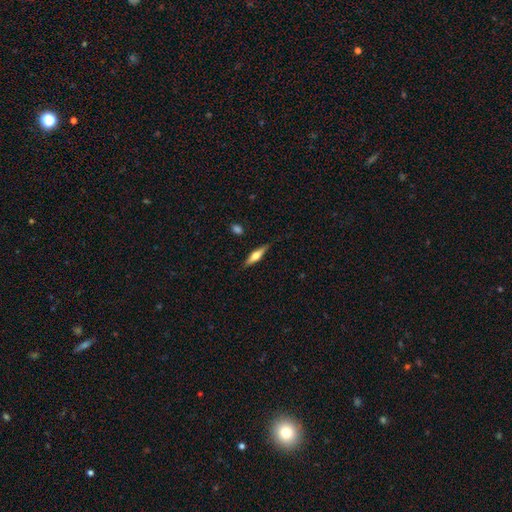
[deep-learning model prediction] smooth_or_featured: featured or disk (p=0.51) [alt: smooth p=0.43]
disk_edge_on: yes (p=0.95) [alt: no p=0.05]
merging: none (p=0.85) [alt: minor disturbance p=0.11]